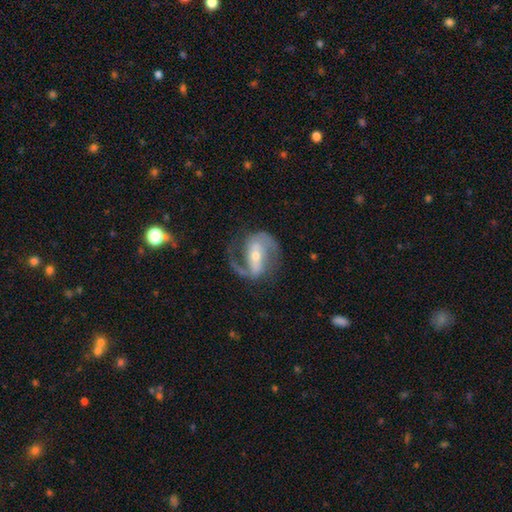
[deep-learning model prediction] featured or disk 89%, smooth 6%, star or artifact 5%. Down the decision tree: edge-on disk — no (96%); bar — strong (57%); spiral arms — yes (96%); spiral arm count — 2 (87%); spiral winding — medium (54%); bulge size — small (52%); merging — none (71%).